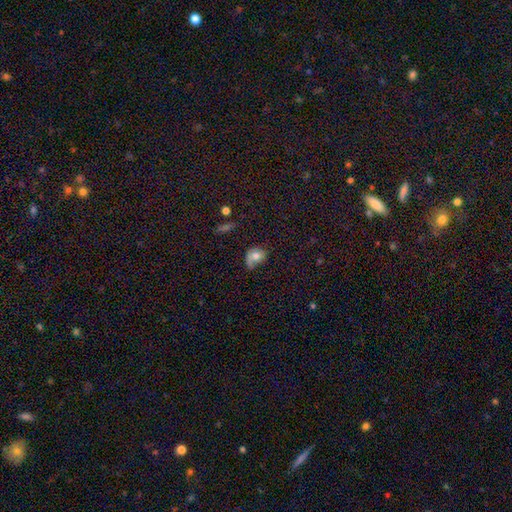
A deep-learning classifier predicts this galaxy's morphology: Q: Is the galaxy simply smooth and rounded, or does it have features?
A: smooth — 69%.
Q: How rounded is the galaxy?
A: in between — 52%.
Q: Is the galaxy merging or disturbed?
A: minor disturbance — 34%.